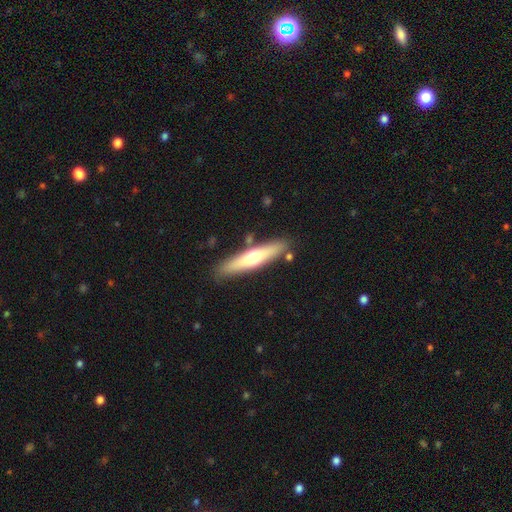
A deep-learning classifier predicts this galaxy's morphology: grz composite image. It shows a smooth galaxy with no disk features (52%) that is cigar-shaped (84%). Merging: none (83%).